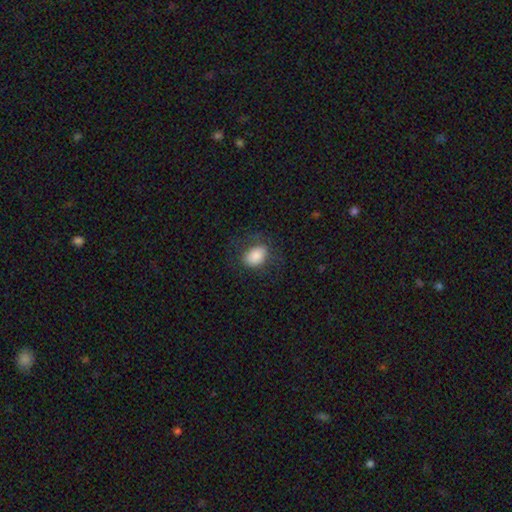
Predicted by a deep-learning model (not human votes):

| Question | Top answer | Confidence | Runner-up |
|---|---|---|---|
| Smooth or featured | smooth | 82% | featured or disk (10%) |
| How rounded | in between | 75% | round (24%) |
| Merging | none | 67% | minor disturbance (19%) |